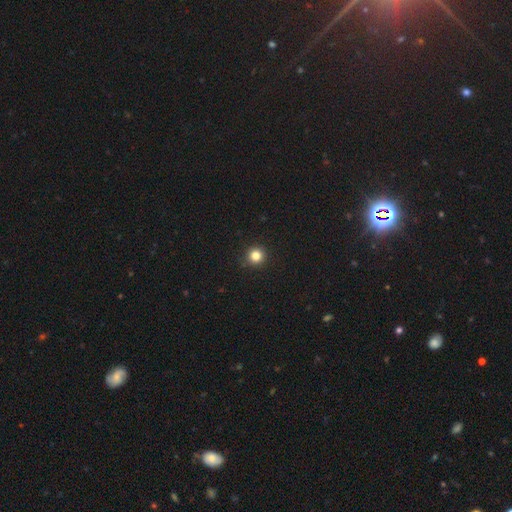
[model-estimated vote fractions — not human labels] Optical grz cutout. It shows a smooth galaxy with no disk features (82%) that is round (95%). Merging: none (92%).